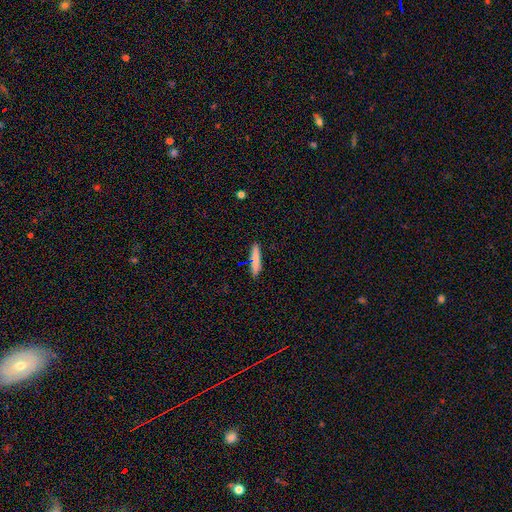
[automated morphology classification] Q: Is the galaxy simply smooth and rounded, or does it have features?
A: smooth — 79%.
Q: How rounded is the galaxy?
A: cigar-shaped — 93%.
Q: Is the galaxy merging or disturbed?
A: none — 89%.